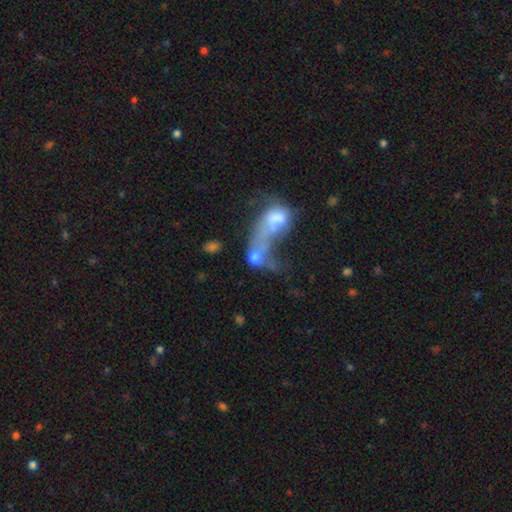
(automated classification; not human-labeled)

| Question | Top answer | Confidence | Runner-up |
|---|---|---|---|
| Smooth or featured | smooth | 51% | featured or disk (36%) |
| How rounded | in between | 66% | round (27%) |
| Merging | merger | 62% | major disturbance (24%) |